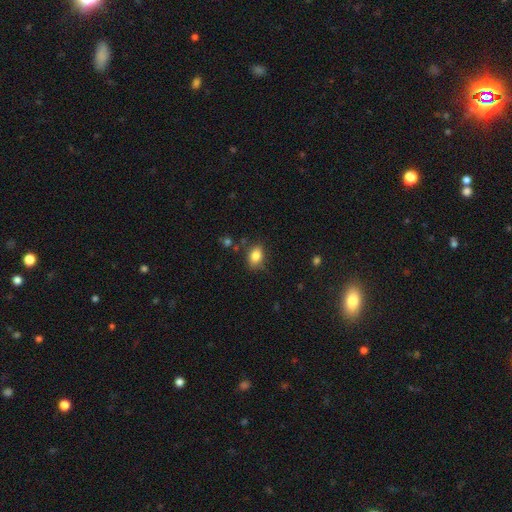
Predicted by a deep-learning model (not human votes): This appears to be a smooth galaxy with no disk features (85%) that is in between round and cigar-shaped (82%). Merging: none (77%).